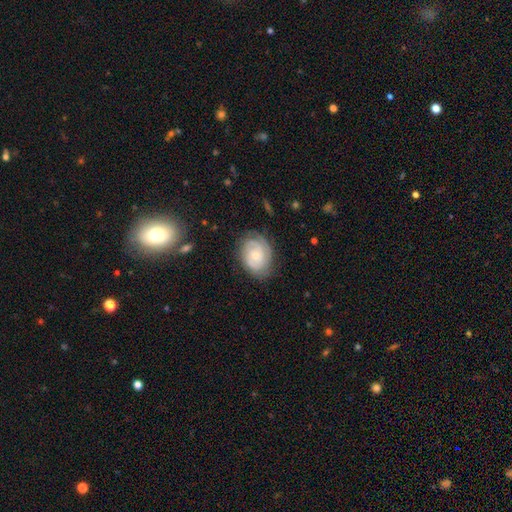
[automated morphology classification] Overall: featured or disk (73%). Edge-on disk: no (97%). Bar: no (73%). Spiral arms: yes (91%). Spiral arm count: 2 (36%; can't tell 32%). Spiral winding: tight (68%). Bulge size: small (65%; moderate 29%). Merging: none (72%).